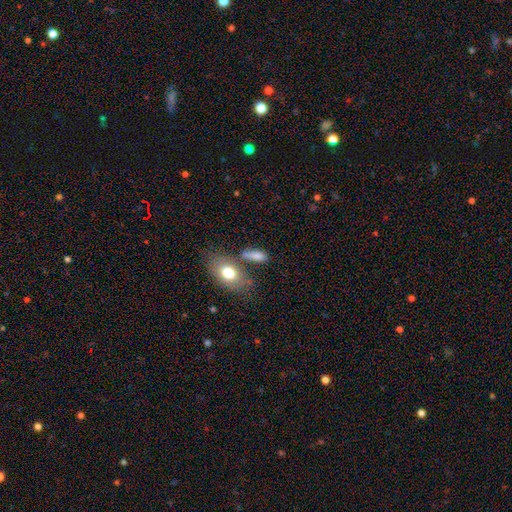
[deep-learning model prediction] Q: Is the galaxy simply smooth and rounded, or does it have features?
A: smooth — 76%.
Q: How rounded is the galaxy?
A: in between — 77%.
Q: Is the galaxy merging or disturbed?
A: none — 53%.